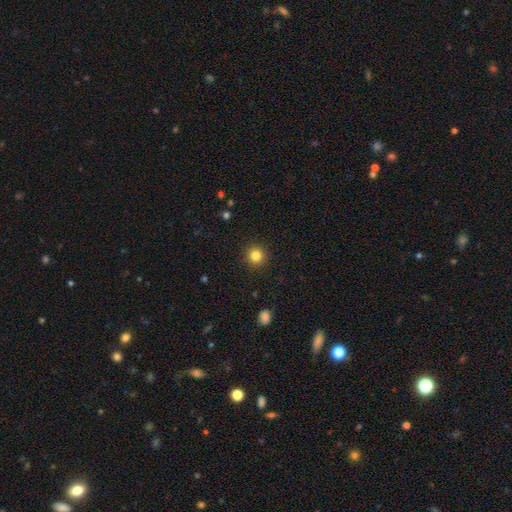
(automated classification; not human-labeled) Q: Smooth or featured?
A: smooth (83%); runner-up: star or artifact (11%)
Q: How rounded?
A: round (95%); runner-up: in between (5%)
Q: Merging?
A: none (92%); runner-up: minor disturbance (5%)